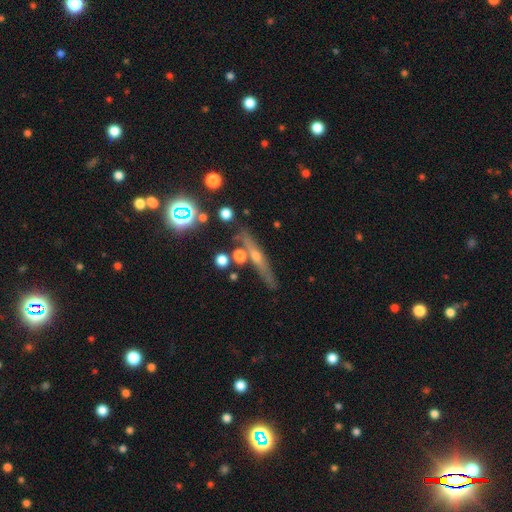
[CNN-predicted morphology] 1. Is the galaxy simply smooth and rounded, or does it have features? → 59% featured or disk, 24% smooth, 17% star or artifact.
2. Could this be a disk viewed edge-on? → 89% yes, 11% no.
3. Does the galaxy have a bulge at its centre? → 79% rounded, 16% none, 4% boxy.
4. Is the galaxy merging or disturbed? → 77% none, 12% minor disturbance, 7% merger, 4% major disturbance.